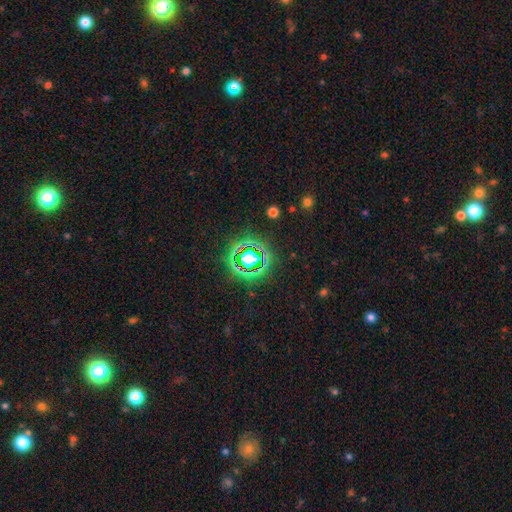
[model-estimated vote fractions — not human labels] smooth-or-featured: star or artifact: 78% | smooth: 14% | featured or disk: 8%